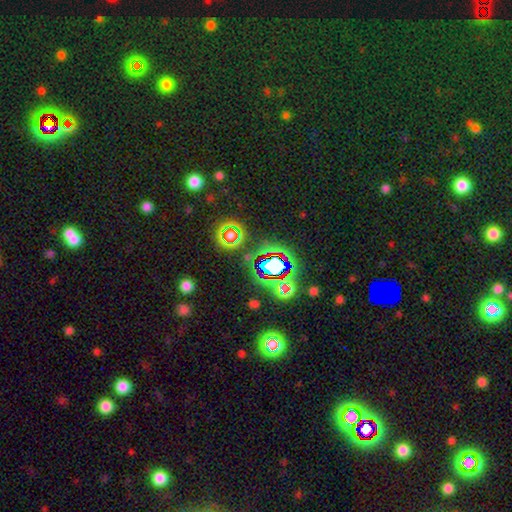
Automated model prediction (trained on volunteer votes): A star or artifact, not a galaxy (77%).

Vote fractions:
- Smooth or featured? star or artifact: 77% / smooth: 15% / featured or disk: 8%